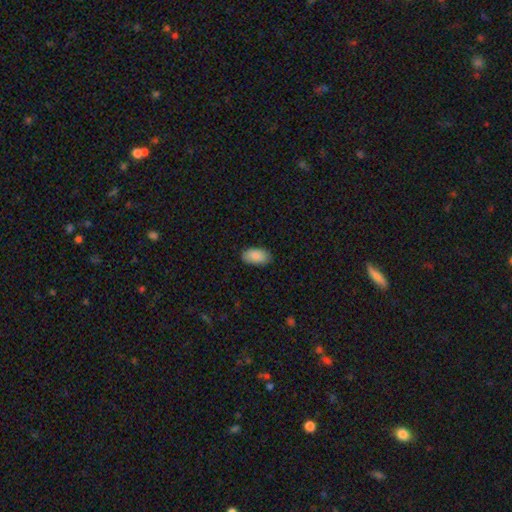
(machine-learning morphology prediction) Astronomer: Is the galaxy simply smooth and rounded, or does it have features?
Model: smooth — 89%.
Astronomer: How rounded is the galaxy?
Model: in between — 95%.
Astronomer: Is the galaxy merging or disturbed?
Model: none — 85%.